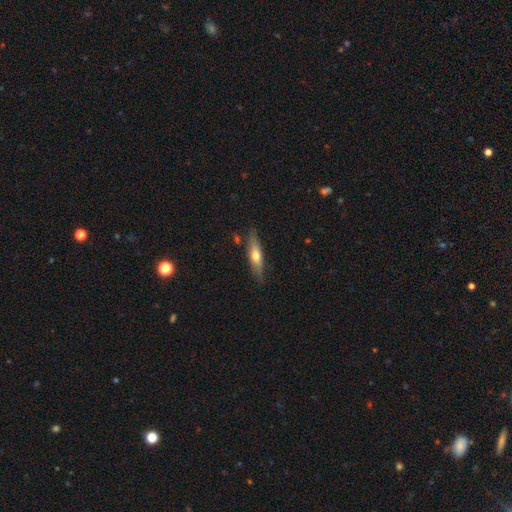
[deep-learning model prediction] Morphology: type=smooth (48%); merging=none (81%).